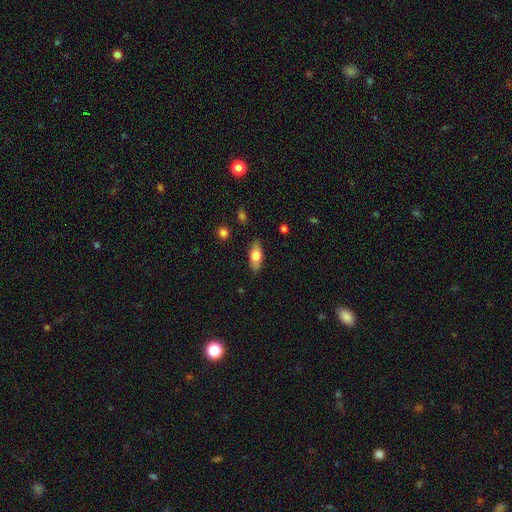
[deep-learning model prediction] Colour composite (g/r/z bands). It shows a smooth galaxy with no disk features (72%) that is in between round and cigar-shaped (78%). Merging: none (84%).